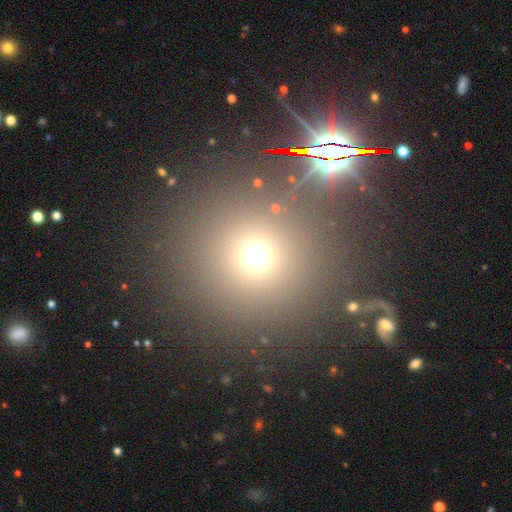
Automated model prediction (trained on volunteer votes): Smooth or featured: smooth — 59% (star or artifact — 33%)
How rounded: round — 93% (in between — 6%)
Merging: none — 83% (minor disturbance — 7%)